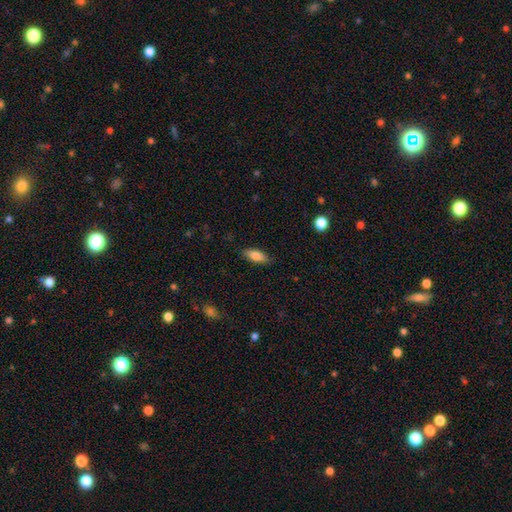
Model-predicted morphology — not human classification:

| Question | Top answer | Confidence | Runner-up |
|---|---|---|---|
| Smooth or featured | smooth | 83% | featured or disk (10%) |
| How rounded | in between | 79% | cigar-shaped (19%) |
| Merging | none | 85% | minor disturbance (11%) |